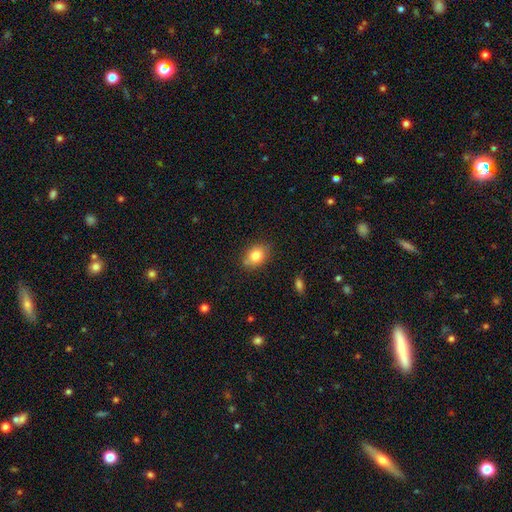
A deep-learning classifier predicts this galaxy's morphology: A smooth galaxy with no disk features (81%) that is in between round and cigar-shaped (66%).

Vote fractions:
- Smooth or featured? smooth: 81% / featured or disk: 10% / star or artifact: 9%
- How rounded? in between: 66% / round: 32% / cigar-shaped: 1%
- Merging? none: 78% / minor disturbance: 16% / major disturbance: 3% / merger: 2%